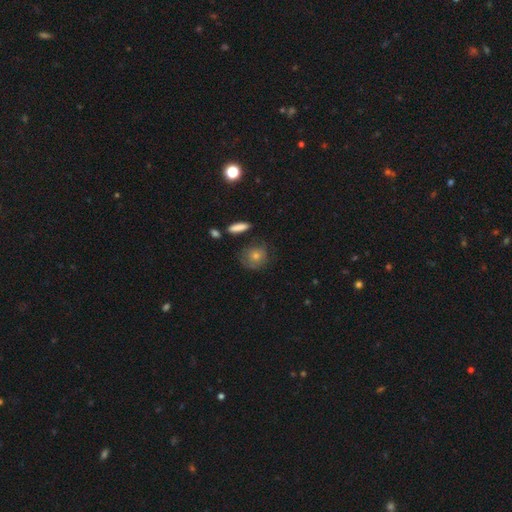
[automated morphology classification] Smooth or featured? Predicted: smooth (p=0.58). How rounded? Predicted: round (p=0.79). Merging? Predicted: none (p=0.71).